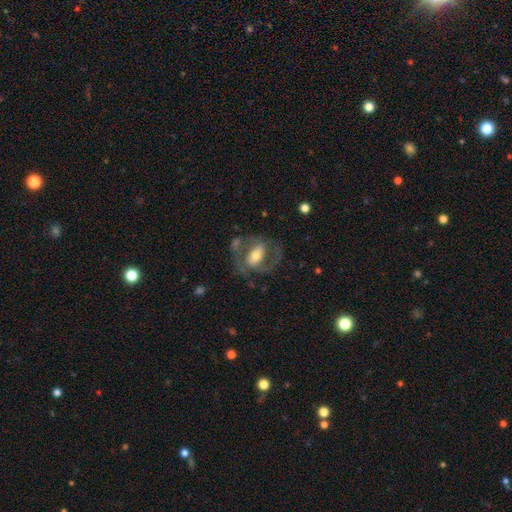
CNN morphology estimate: This is likely a featured or disk galaxy (71%). It is clearly not viewed edge-on (94%). Bar: marginally strong (39%). Spiral arm pattern: likely yes (70%). Central bulge: possibly moderate (59%). Merging: possibly none (58%).